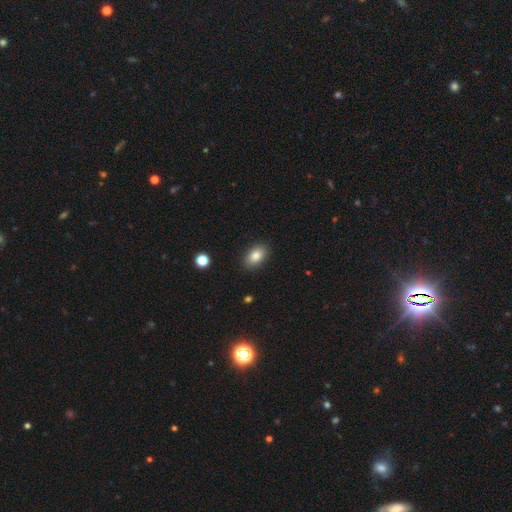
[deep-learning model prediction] The model was most divided on "smooth or featured": smooth: 84%, star or artifact: 8%, featured or disk: 7%. More confident: how rounded — in between (90%); merging — none (88%).